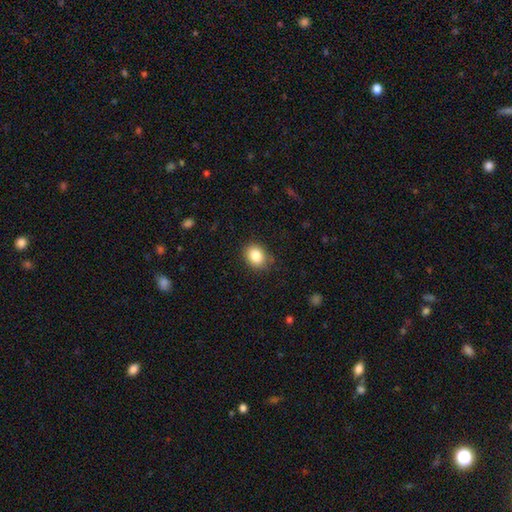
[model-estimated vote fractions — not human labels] Morphology: type=smooth (84%); roundness=round (55%); merging=none (85%).